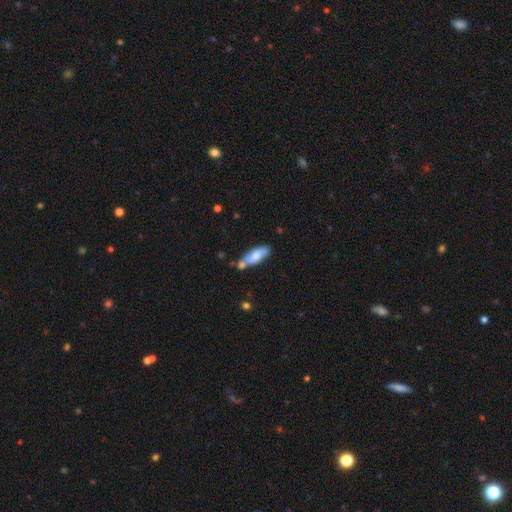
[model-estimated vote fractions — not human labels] Smooth or featured? smooth (66%)
How rounded? in between (62%)
Merging? none (54%)